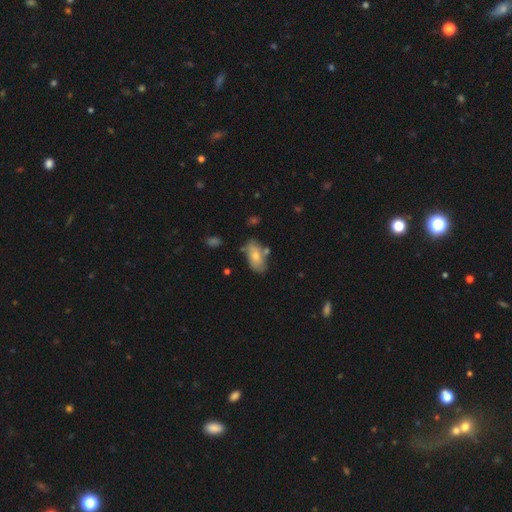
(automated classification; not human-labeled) Smooth or featured? Predicted: smooth (p=0.69). How rounded? Predicted: in between (p=0.91). Merging? Predicted: none (p=0.58).